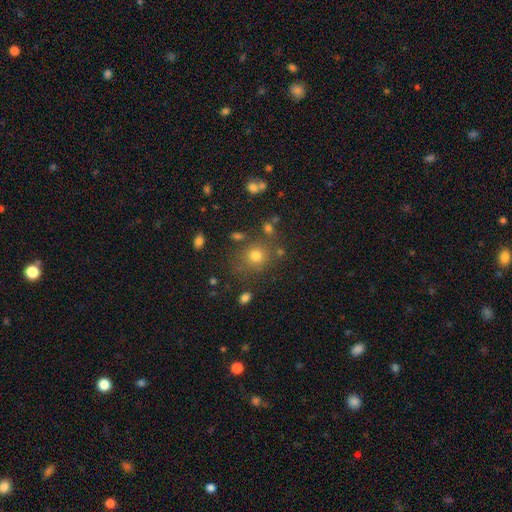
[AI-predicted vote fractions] Smooth or featured: smooth — 72% (star or artifact — 19%)
How rounded: round — 84% (in between — 15%)
Merging: none — 76% (minor disturbance — 12%)